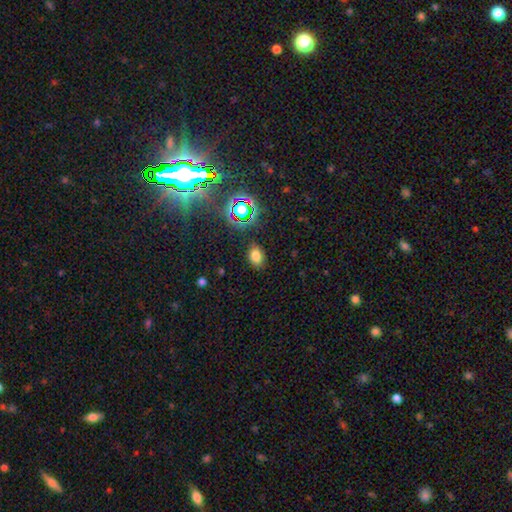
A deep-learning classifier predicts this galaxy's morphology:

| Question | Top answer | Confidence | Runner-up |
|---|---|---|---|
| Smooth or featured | smooth | 73% | star or artifact (19%) |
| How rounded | in between | 80% | round (19%) |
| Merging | none | 85% | minor disturbance (10%) |